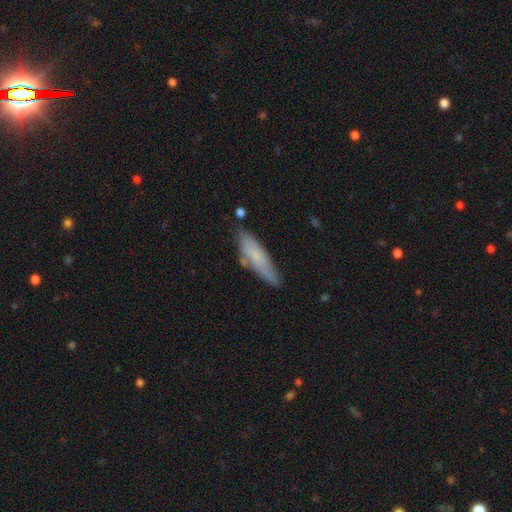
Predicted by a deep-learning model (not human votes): This appears to be a smooth galaxy with no disk features (68%) that is cigar-shaped (72%). Merging: none (69%).